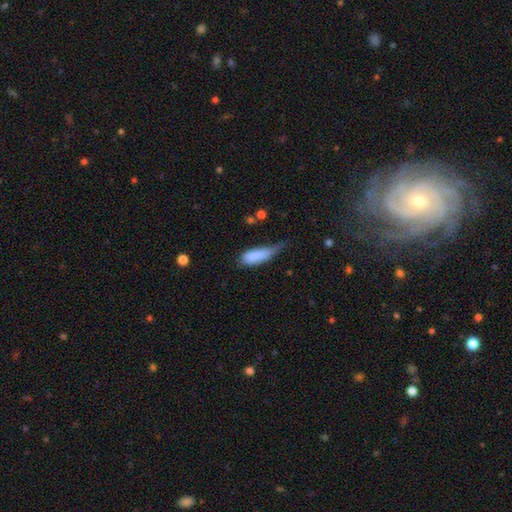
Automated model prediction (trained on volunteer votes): A smooth galaxy with no disk features (81%) that is in between round and cigar-shaped (69%). Merging: minor disturbance (47%).